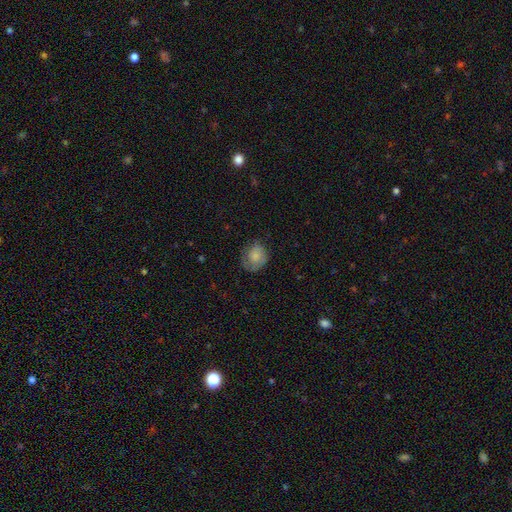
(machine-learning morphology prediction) Smooth or featured? Predicted: smooth (p=0.72). How rounded? Predicted: round (p=0.67). Merging? Predicted: none (p=0.62).